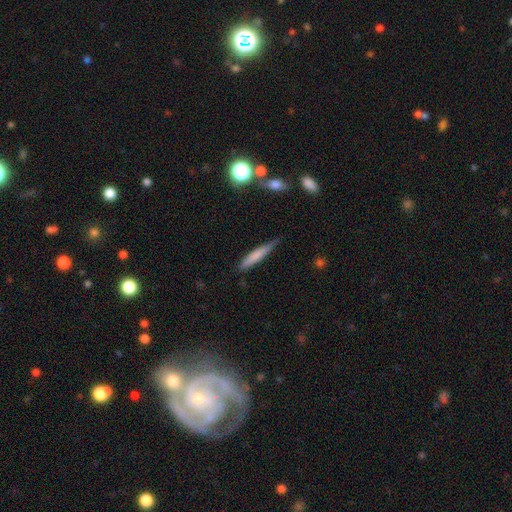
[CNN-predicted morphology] Smooth or featured? smooth (71%)
How rounded? cigar-shaped (91%)
Merging? none (72%)